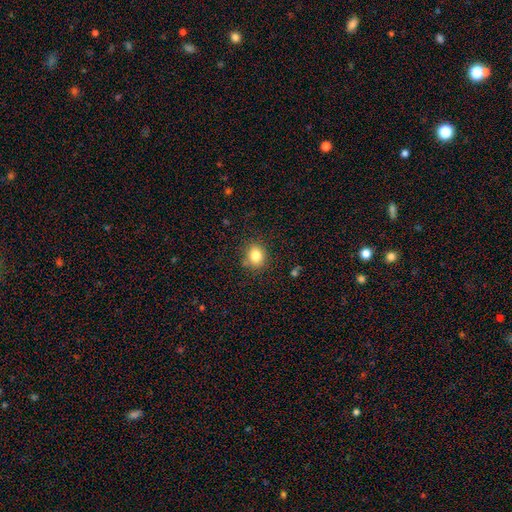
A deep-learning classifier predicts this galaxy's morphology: type=smooth (82%); roundness=round (67%); merging=none (82%).